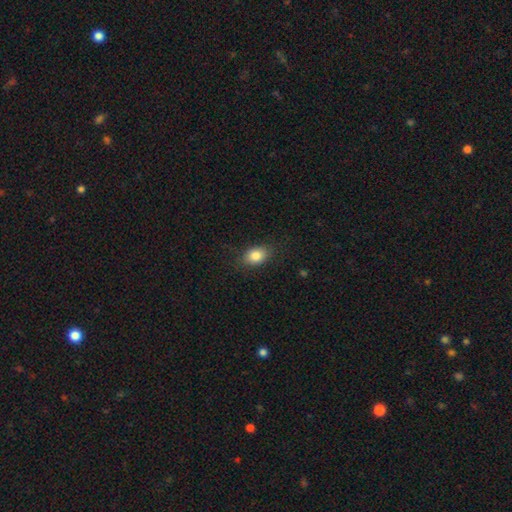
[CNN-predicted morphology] The model was most divided on "how rounded": in between: 76%, round: 23%, cigar-shaped: 2%. More confident: smooth or featured — smooth (84%); merging — none (81%).